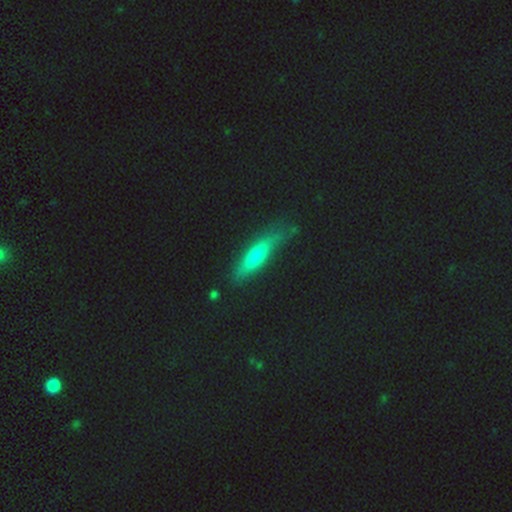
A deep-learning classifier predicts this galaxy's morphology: Overall: smooth (57%; featured or disk 31%). How rounded: cigar-shaped (76%). Merging: none (71%).